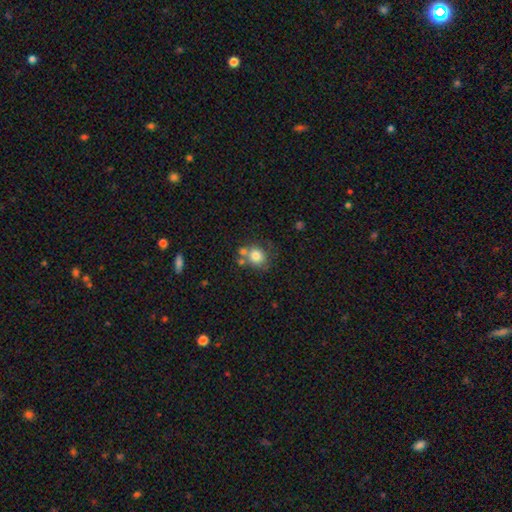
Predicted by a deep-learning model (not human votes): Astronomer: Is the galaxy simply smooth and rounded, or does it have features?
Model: smooth — 80%.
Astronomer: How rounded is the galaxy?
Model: round — 72%.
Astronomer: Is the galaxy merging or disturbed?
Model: none — 55%.